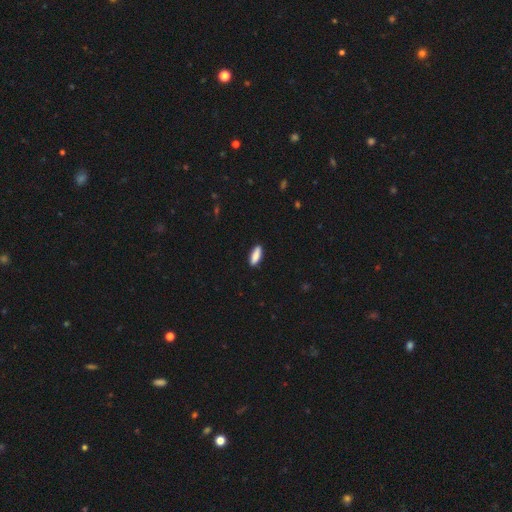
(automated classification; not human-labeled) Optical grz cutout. It shows a smooth galaxy with no disk features (88%) that is in between round and cigar-shaped (56%). Merging: none (89%).